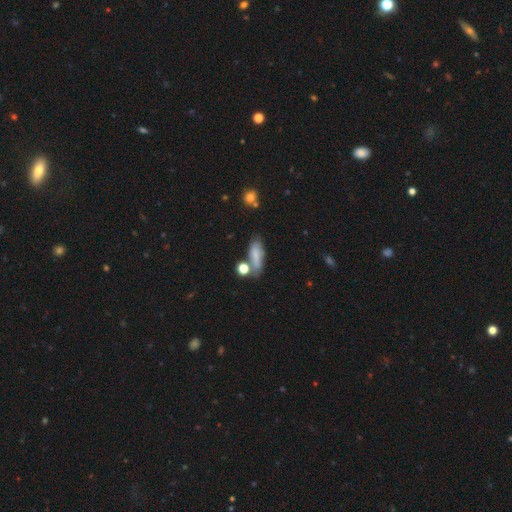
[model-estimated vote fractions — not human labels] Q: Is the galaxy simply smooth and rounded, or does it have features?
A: smooth — 75%.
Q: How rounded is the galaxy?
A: in between — 60%.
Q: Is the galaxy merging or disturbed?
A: none — 55%.